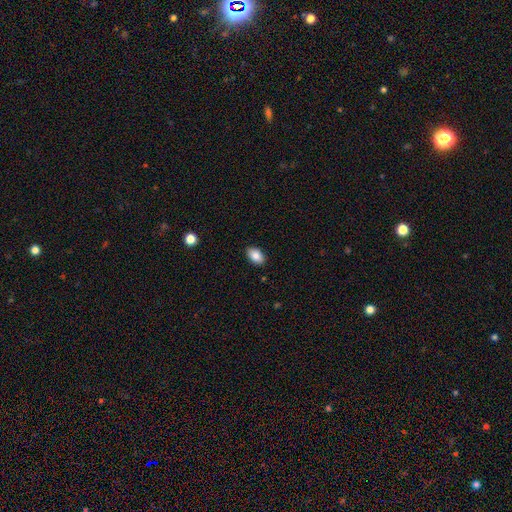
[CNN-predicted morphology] Smooth or featured: smooth — 85% (star or artifact — 7%)
How rounded: in between — 92% (round — 7%)
Merging: none — 89% (minor disturbance — 8%)